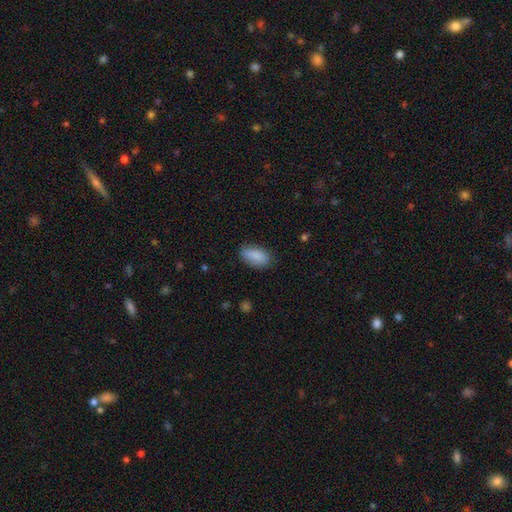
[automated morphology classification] Smooth or featured?
  - smooth: 88% *
  - star or artifact: 7%
  - featured or disk: 5%
How rounded?
  - in between: 90% *
  - cigar-shaped: 6%
  - round: 3%
Merging?
  - none: 79% *
  - minor disturbance: 16%
  - major disturbance: 3%
  - merger: 1%